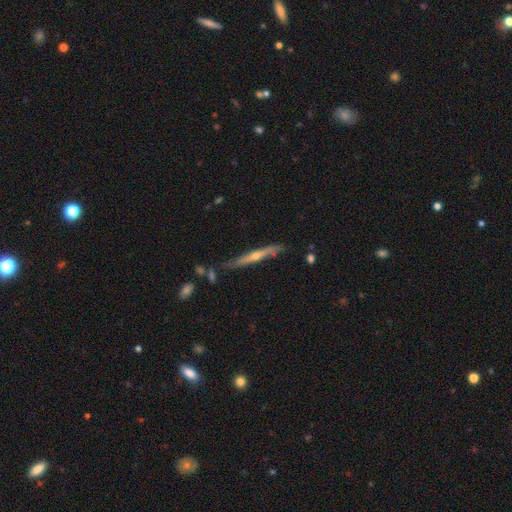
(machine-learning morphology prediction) featured or disk 72%, smooth 22%, star or artifact 6%. Down the decision tree: edge-on disk — yes (95%); edge-on bulge — rounded (80%); merging — none (75%).